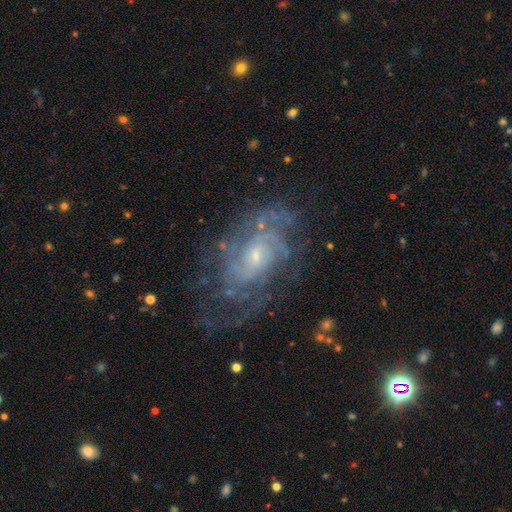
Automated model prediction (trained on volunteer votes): Smooth or featured?
  - featured or disk: 83% *
  - smooth: 9%
  - star or artifact: 8%
Edge-on disk?
  - no: 96% *
  - yes: 4%
Bar?
  - no: 68% *
  - weak: 27%
  - strong: 5%
Spiral arms?
  - yes: 92% *
  - no: 8%
Spiral winding?
  - tight: 59% *
  - medium: 32%
  - loose: 9%
Spiral arm count?
  - can't tell: 44% *
  - 2: 17%
  - 3: 13%
  - 4: 12%
  - more than 4: 8%
  - 1: 6%
Bulge size?
  - small: 70% *
  - moderate: 24%
  - none: 3%
  - large: 2%
  - dominant: 1%
Merging?
  - none: 68% *
  - minor disturbance: 18%
  - major disturbance: 12%
  - merger: 2%